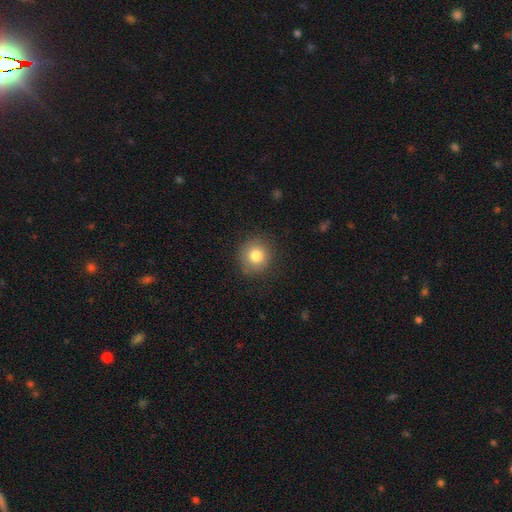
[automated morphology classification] Q: Smooth or featured?
A: smooth (81%); runner-up: star or artifact (10%)
Q: How rounded?
A: round (91%); runner-up: in between (8%)
Q: Merging?
A: none (87%); runner-up: minor disturbance (9%)